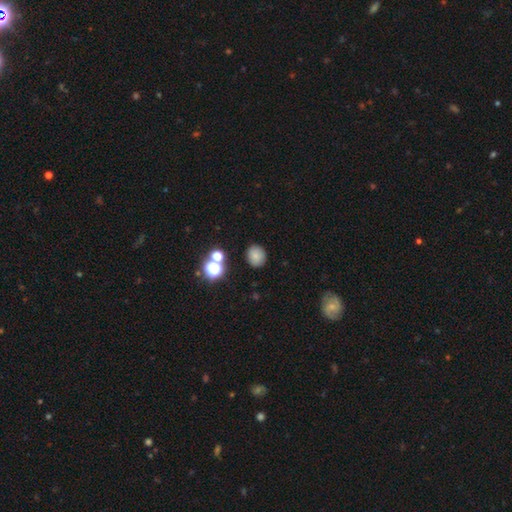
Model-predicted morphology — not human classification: Smooth or featured?
  - smooth: 78% *
  - star or artifact: 14%
  - featured or disk: 8%
How rounded?
  - round: 75% *
  - in between: 25%
  - cigar-shaped: 1%
Merging?
  - none: 85% *
  - minor disturbance: 9%
  - merger: 3%
  - major disturbance: 3%